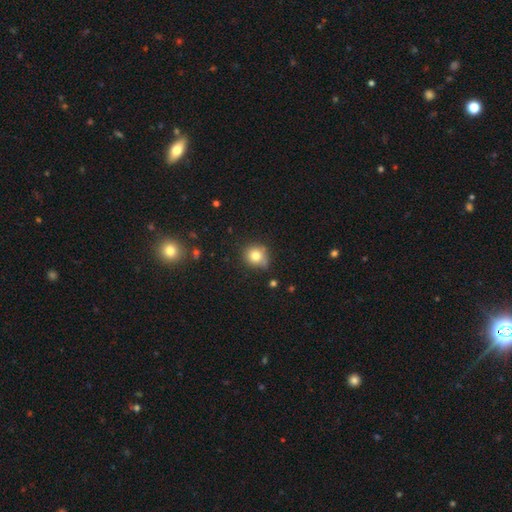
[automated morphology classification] This appears to be a smooth galaxy with no disk features (79%) that is round (85%). Merging: none (69%).